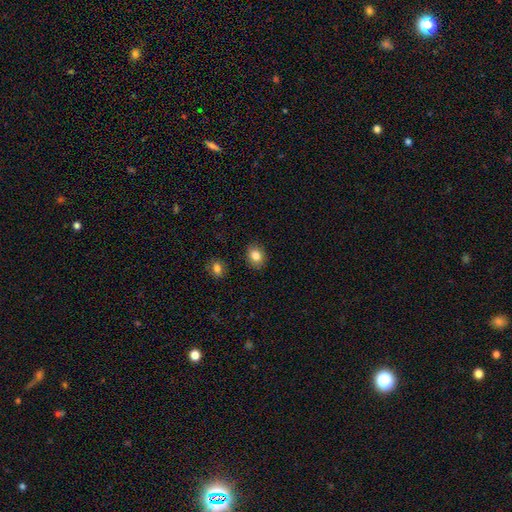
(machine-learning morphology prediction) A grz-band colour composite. It shows a smooth galaxy with no disk features (83%) that is round (50%). Merging: none (89%).